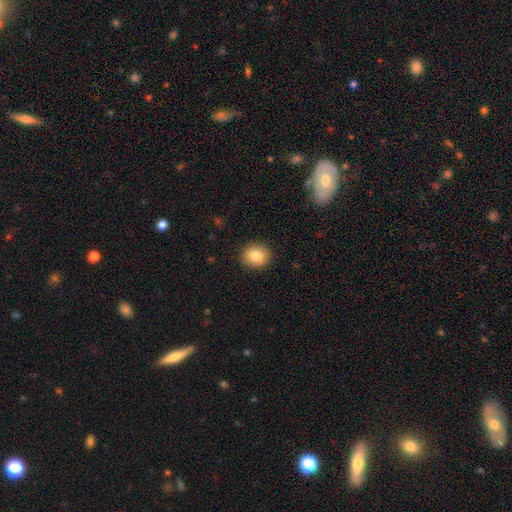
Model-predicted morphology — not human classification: Smooth or featured? Predicted: smooth (p=0.83). How rounded? Predicted: round (p=0.79). Merging? Predicted: none (p=0.90).